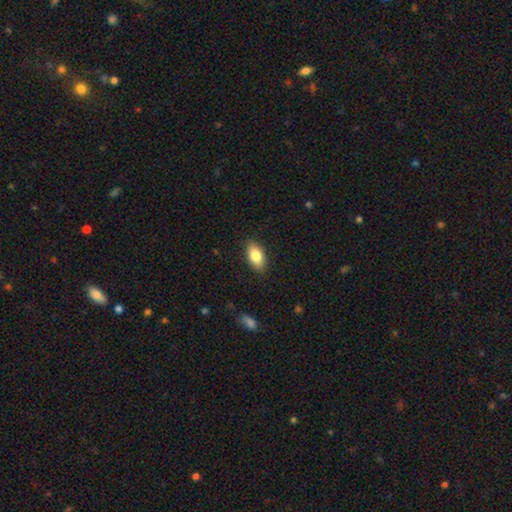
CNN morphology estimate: A smooth galaxy with no disk features (83%) that is in between round and cigar-shaped (91%).

Vote fractions:
- Smooth or featured? smooth: 83% / featured or disk: 10% / star or artifact: 7%
- How rounded? in between: 91% / round: 5% / cigar-shaped: 4%
- Merging? none: 87% / minor disturbance: 9% / major disturbance: 2% / merger: 1%